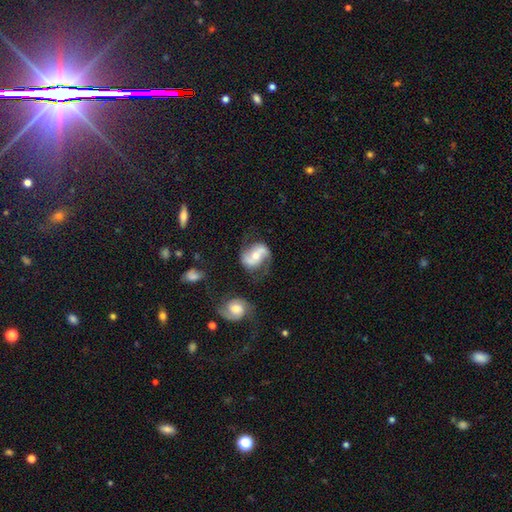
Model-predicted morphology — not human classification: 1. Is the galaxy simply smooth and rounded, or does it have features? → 81% featured or disk, 13% smooth, 6% star or artifact.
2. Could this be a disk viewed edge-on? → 97% no, 3% yes.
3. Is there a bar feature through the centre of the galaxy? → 39% no, 34% weak, 27% strong.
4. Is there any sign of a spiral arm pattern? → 95% yes, 5% no.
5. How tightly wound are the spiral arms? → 45% loose, 41% medium, 14% tight.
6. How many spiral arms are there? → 91% 2, 4% can't tell, 2% 1, 1% 3, 1% 4, 1% more than 4.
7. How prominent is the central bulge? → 58% moderate, 36% small, 4% large, 2% none, 1% dominant.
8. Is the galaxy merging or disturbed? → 66% none, 18% minor disturbance, 9% major disturbance, 8% merger.